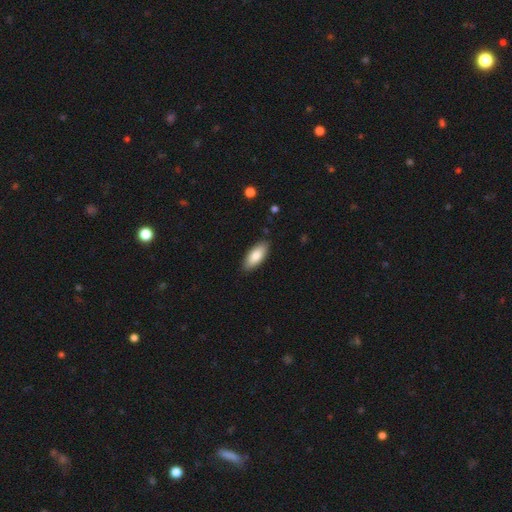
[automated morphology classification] smooth_or_featured: smooth (p=0.83) [alt: featured or disk p=0.11]
how_rounded: in between (p=0.84) [alt: cigar-shaped p=0.15]
merging: none (p=0.87) [alt: minor disturbance p=0.10]